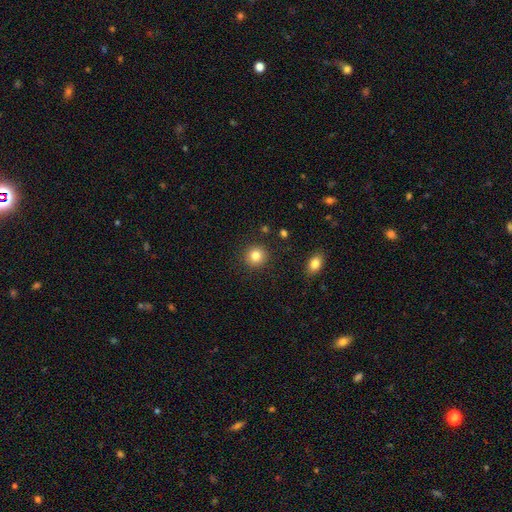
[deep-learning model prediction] Overall: smooth (83%). How rounded: round (92%). Merging: none (90%).